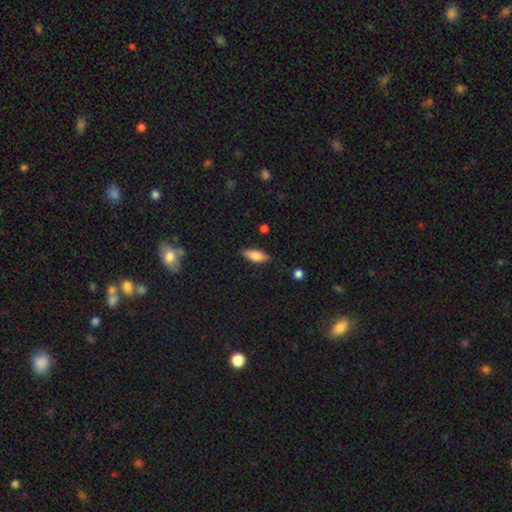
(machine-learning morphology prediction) This appears to be a smooth galaxy with no disk features (79%) that is in between round and cigar-shaped (79%). Merging: none (82%).